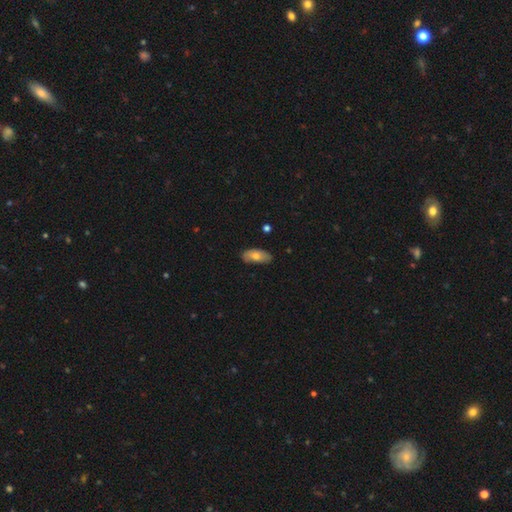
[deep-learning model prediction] Smooth or featured?
  - smooth: 68% *
  - featured or disk: 25%
  - star or artifact: 6%
How rounded?
  - in between: 88% *
  - cigar-shaped: 9%
  - round: 3%
Merging?
  - none: 73% *
  - minor disturbance: 22%
  - major disturbance: 3%
  - merger: 1%